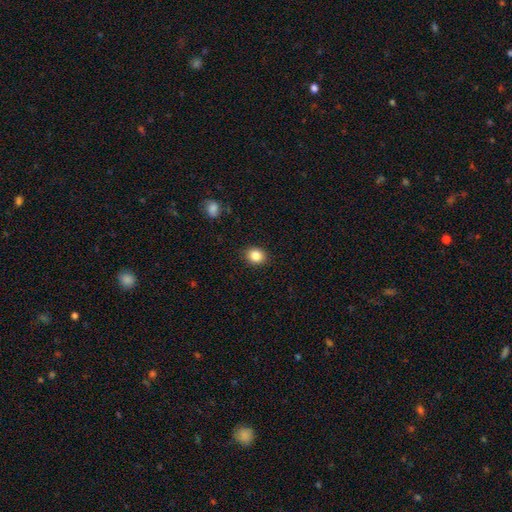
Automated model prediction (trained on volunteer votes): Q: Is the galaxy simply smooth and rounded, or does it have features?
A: smooth — 85%.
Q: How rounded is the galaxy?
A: round — 67%.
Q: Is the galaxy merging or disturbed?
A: none — 89%.